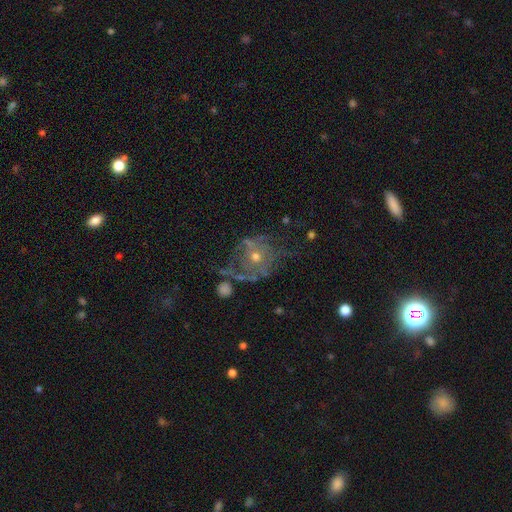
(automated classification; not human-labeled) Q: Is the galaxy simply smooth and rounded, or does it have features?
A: featured or disk — 69%.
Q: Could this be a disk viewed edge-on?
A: no — 96%.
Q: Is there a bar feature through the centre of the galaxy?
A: no — 82%.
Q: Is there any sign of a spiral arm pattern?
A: yes — 61%.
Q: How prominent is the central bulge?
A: moderate — 53%.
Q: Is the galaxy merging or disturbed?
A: none — 44%.